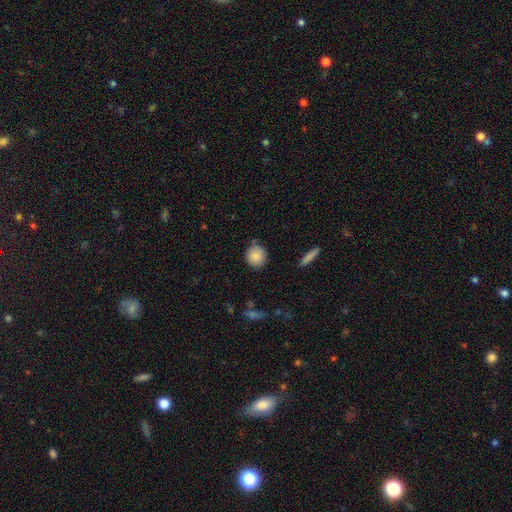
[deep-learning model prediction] A smooth galaxy with no disk features (86%) that is round (88%).

Vote fractions:
- Smooth or featured? smooth: 86% / star or artifact: 8% / featured or disk: 6%
- How rounded? round: 88% / in between: 10% / cigar-shaped: 1%
- Merging? none: 79% / minor disturbance: 14% / merger: 3% / major disturbance: 3%